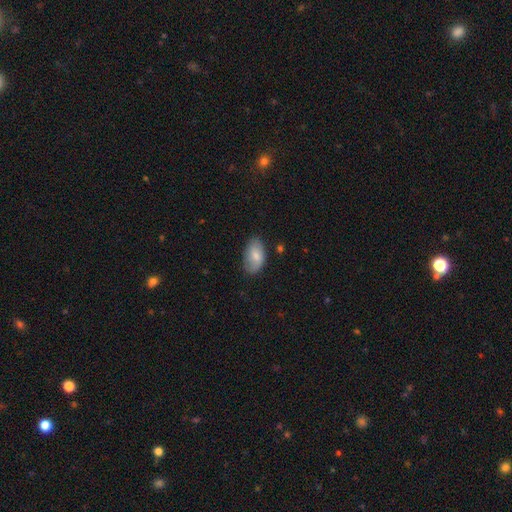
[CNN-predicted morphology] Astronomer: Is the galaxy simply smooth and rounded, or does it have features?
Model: smooth — 77%.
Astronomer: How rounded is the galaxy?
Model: in between — 94%.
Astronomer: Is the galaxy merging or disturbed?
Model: none — 74%.